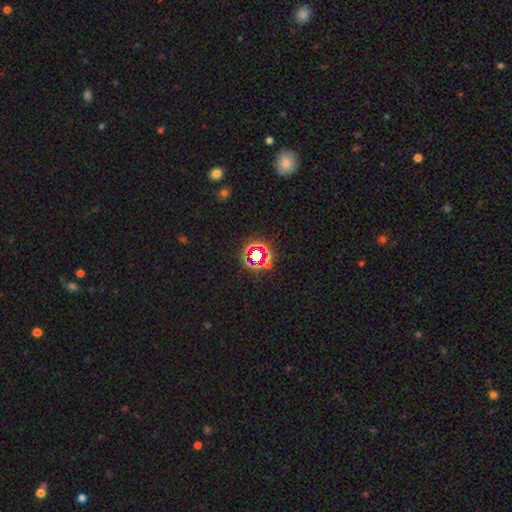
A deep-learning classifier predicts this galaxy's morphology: Smooth or featured? star or artifact (70%)